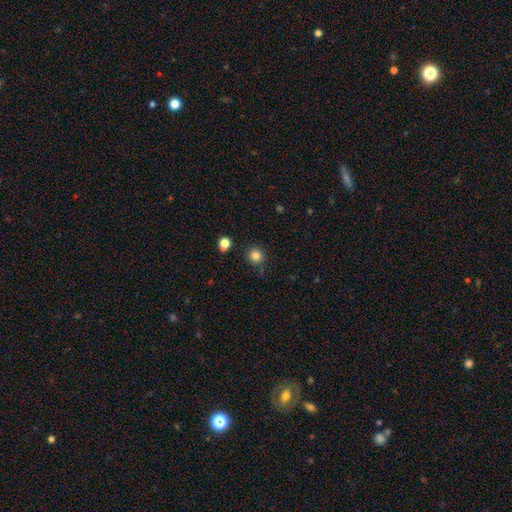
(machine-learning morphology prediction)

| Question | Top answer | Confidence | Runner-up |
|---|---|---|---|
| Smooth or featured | smooth | 83% | star or artifact (12%) |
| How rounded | round | 92% | in between (7%) |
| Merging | none | 84% | minor disturbance (10%) |